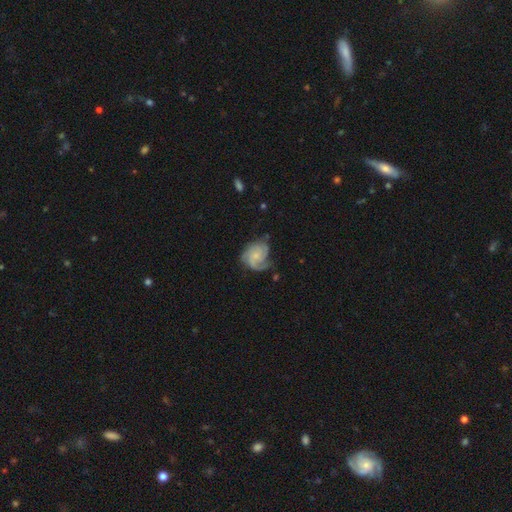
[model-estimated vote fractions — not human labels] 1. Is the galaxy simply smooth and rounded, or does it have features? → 77% featured or disk, 17% smooth, 6% star or artifact.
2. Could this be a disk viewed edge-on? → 98% no, 2% yes.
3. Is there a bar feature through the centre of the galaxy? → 73% no, 24% weak, 3% strong.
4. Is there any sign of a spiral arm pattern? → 95% yes, 5% no.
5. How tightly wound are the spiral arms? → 45% tight, 40% medium, 15% loose.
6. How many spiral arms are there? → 39% 3, 23% 2, 18% can't tell, 8% 4, 7% 1, 4% more than 4.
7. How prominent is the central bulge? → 61% small, 23% moderate, 13% none, 2% large, 1% dominant.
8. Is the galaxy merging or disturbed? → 57% none, 26% minor disturbance, 15% major disturbance, 2% merger.